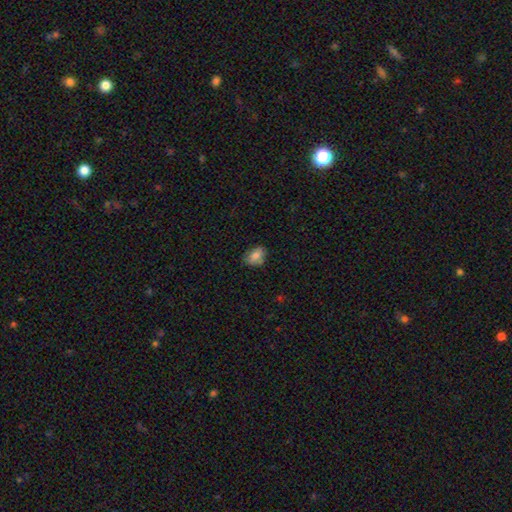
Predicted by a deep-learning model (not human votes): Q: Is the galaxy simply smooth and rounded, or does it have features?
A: smooth — 78%.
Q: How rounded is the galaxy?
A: in between — 76%.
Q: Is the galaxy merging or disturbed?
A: none — 74%.